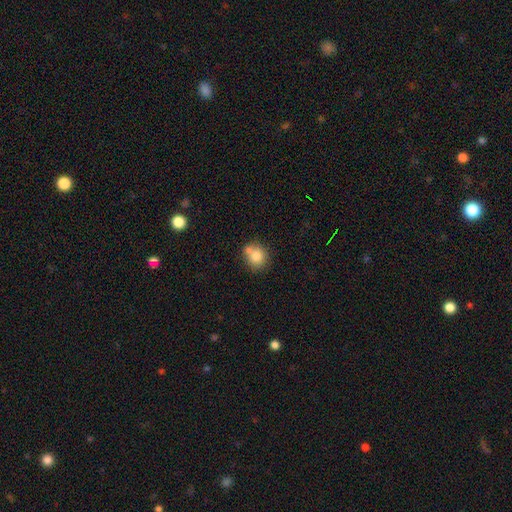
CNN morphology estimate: smooth 79%, featured or disk 11%, star or artifact 10%. Down the decision tree: how rounded — round (80%); merging — none (55%).